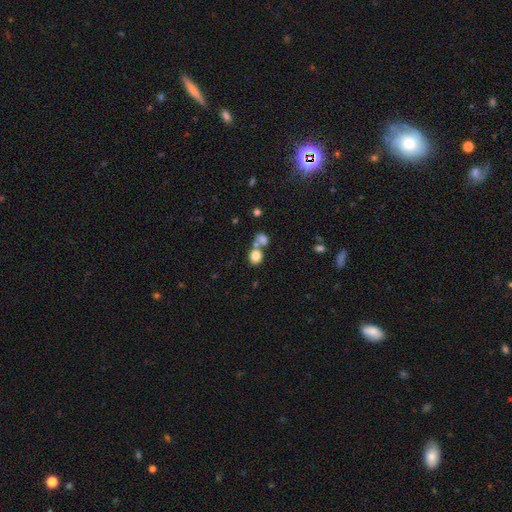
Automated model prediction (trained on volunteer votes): This appears to be a smooth galaxy with no disk features (81%) that is round (66%). Merging: none (48%).